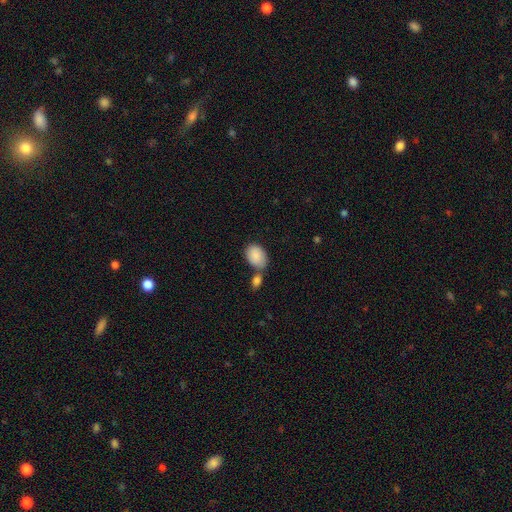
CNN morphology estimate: type=smooth (87%); roundness=in between (86%); merging=none (50%).